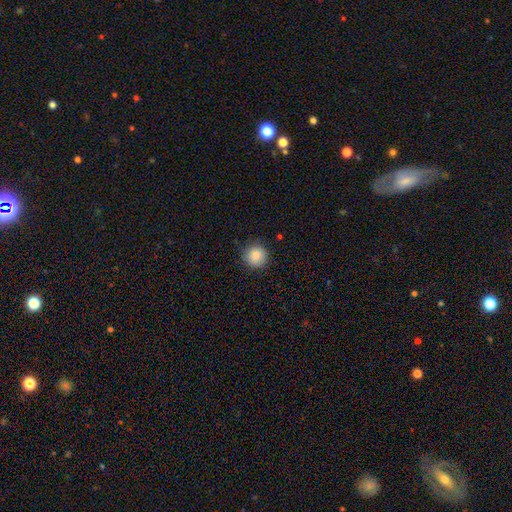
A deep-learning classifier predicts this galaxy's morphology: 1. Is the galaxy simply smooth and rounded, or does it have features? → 86% smooth, 9% star or artifact, 5% featured or disk.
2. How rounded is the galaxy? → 95% round, 4% in between, 1% cigar-shaped.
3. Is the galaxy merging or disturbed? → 88% none, 9% minor disturbance, 2% major disturbance, 1% merger.